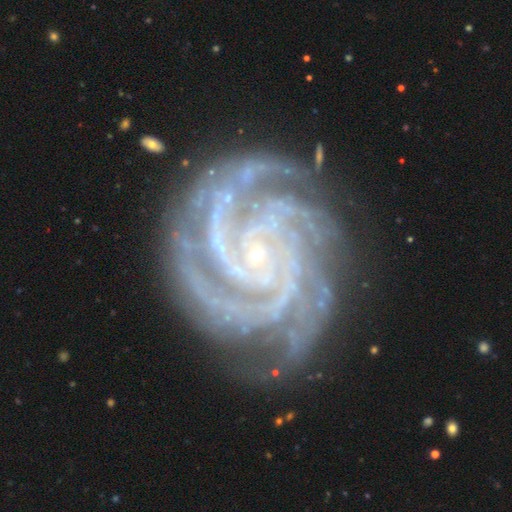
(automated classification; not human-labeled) smooth-or-featured: featured or disk: 93% | star or artifact: 5% | smooth: 2%
  disk-edge-on: no: 98% | yes: 2%
    bar: no: 65% | weak: 21% | strong: 14%
    has-spiral-arms: yes: 99% | no: 1%
      spiral-winding: tight: 78% | medium: 20% | loose: 2%
      spiral-arm-count: 4: 30% | 3: 23% | more than 4: 16% | 2: 12% | can't tell: 11% | 1: 8%
    bulge-size: small: 89% | moderate: 6% | none: 3% | large: 1% | dominant: 1%
  merging: none: 77% | minor disturbance: 16% | major disturbance: 5% | merger: 2%